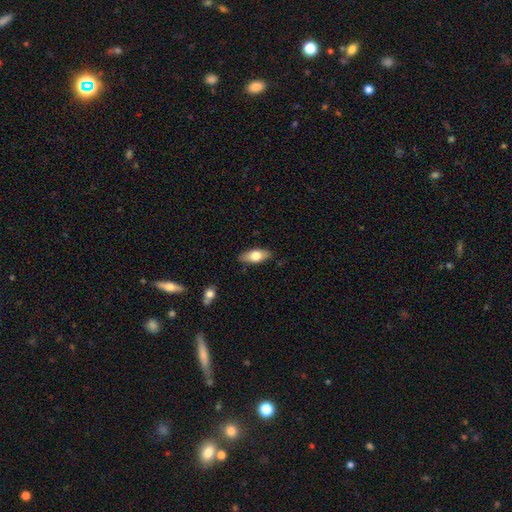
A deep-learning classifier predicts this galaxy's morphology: Smooth or featured?
  - smooth: 69% *
  - featured or disk: 25%
  - star or artifact: 6%
How rounded?
  - in between: 80% *
  - cigar-shaped: 17%
  - round: 3%
Merging?
  - none: 86% *
  - minor disturbance: 11%
  - major disturbance: 2%
  - merger: 1%